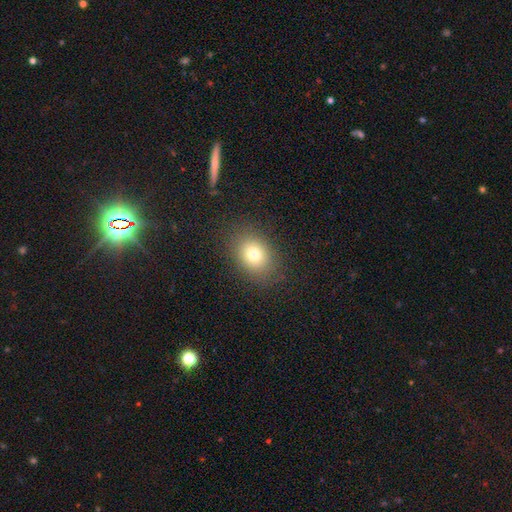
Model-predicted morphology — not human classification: Smooth or featured? smooth (77%)
How rounded? in between (56%)
Merging? none (85%)